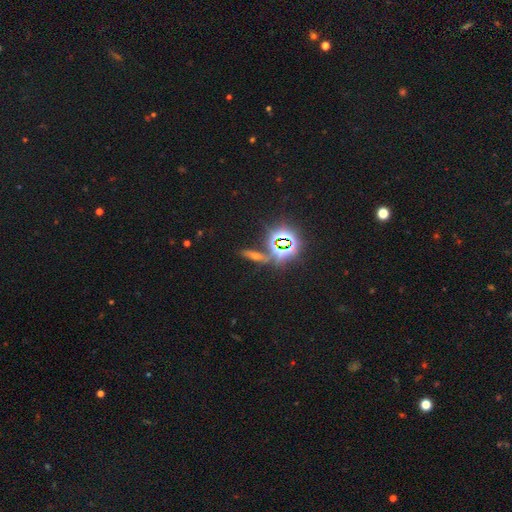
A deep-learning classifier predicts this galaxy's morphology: Smooth or featured? Predicted: star or artifact (p=0.49).